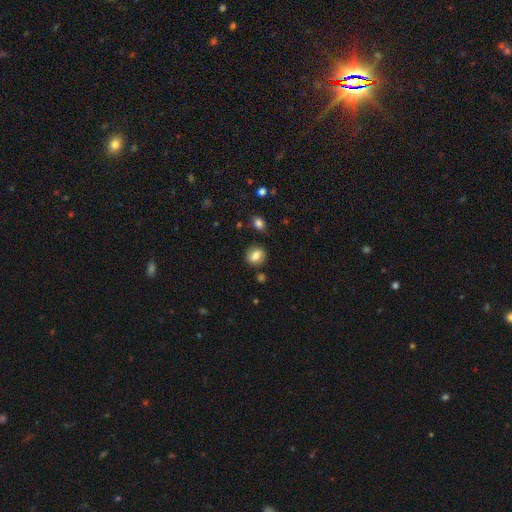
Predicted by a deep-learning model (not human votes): The model was most divided on "how rounded": round: 61%, in between: 38%, cigar-shaped: 1%. More confident: merging — none (81%); smooth or featured — smooth (76%).